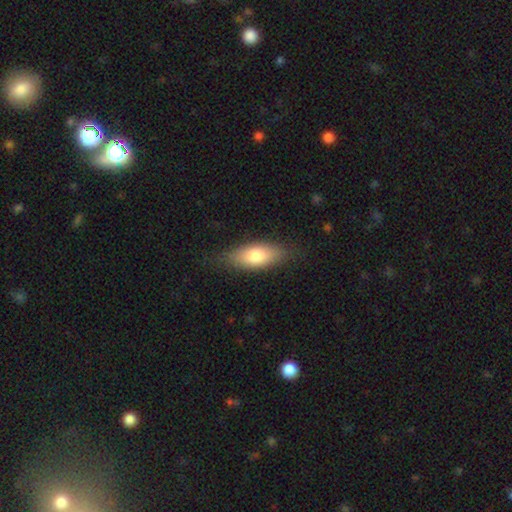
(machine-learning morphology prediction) The model was most divided on "smooth or featured": smooth: 77%, featured or disk: 17%, star or artifact: 6%. More confident: how rounded — in between (82%); merging — none (78%).